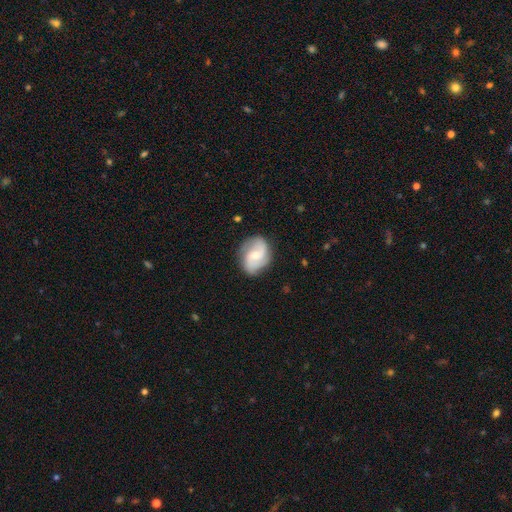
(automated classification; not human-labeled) Morphology: type=featured or disk (73%); edge-on=no (98%); bar=no (46%); spiral arms=yes (95%); winding=medium (48%); arm count=2 (68%); bulge=small (47%); merging=none (76%).